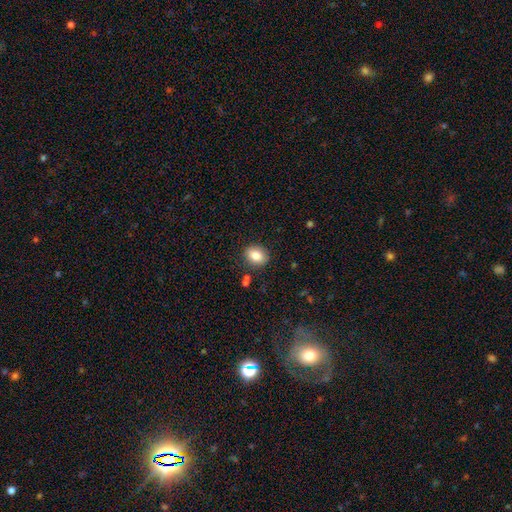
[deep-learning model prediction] A smooth galaxy with no disk features (83%) that is round (50%).

Vote fractions:
- Smooth or featured? smooth: 83% / star or artifact: 9% / featured or disk: 8%
- How rounded? round: 50% / in between: 49% / cigar-shaped: 1%
- Merging? none: 86% / minor disturbance: 9% / major disturbance: 3% / merger: 2%